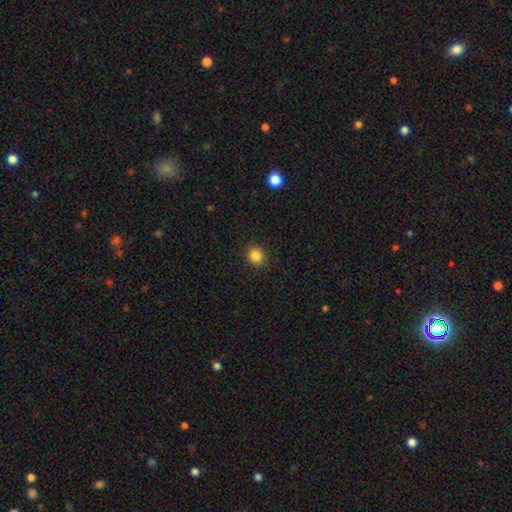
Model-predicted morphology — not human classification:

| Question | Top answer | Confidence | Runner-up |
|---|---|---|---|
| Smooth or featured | smooth | 84% | star or artifact (11%) |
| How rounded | round | 79% | in between (21%) |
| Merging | none | 90% | minor disturbance (7%) |